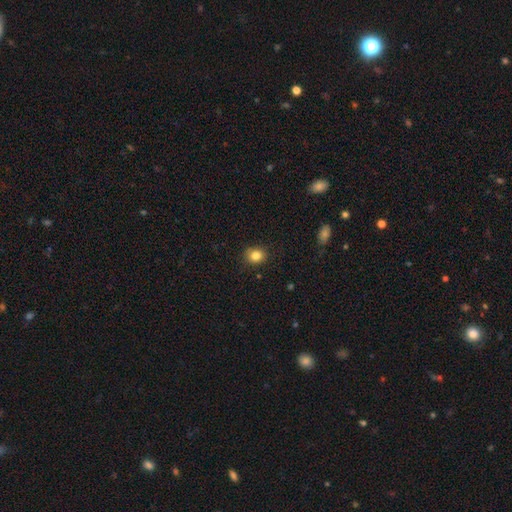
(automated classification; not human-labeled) Smooth or featured?
  - smooth: 84% *
  - star or artifact: 11%
  - featured or disk: 6%
How rounded?
  - round: 67% *
  - in between: 32%
  - cigar-shaped: 1%
Merging?
  - none: 87% *
  - minor disturbance: 10%
  - major disturbance: 2%
  - merger: 1%